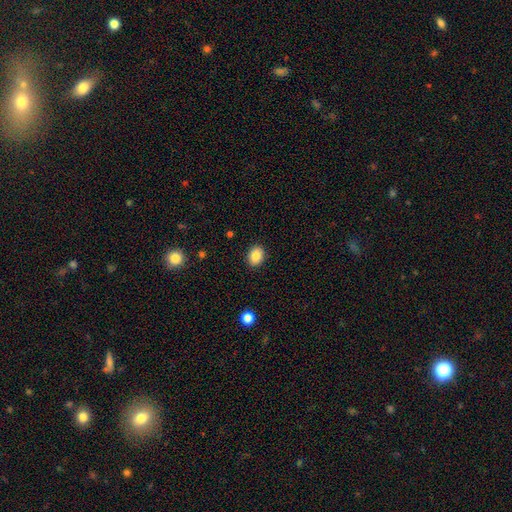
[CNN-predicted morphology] This is clearly a smooth galaxy (87%). How rounded: possibly in between (56%). Merging: clearly none (90%).